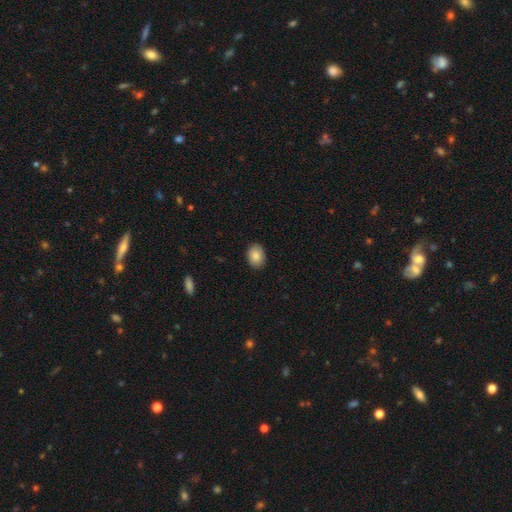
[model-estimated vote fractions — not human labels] smooth-or-featured: smooth: 87% | star or artifact: 7% | featured or disk: 6%
  how-rounded: in between: 69% | round: 30% | cigar-shaped: 1%
  merging: none: 90% | minor disturbance: 8% | major disturbance: 2% | merger: 1%